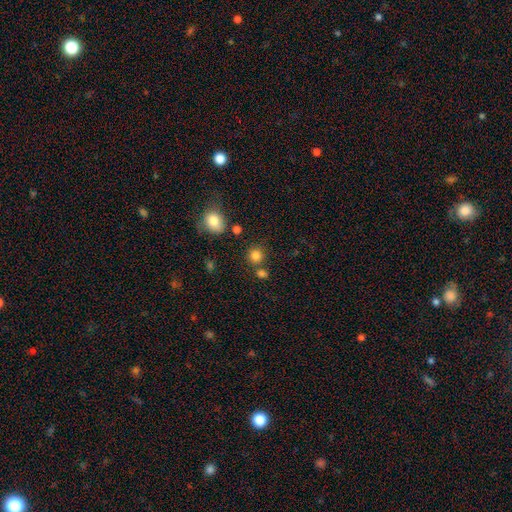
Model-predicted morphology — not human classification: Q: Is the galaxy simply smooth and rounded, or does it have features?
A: smooth — 82%.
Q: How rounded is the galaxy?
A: round — 90%.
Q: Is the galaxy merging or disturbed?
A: none — 75%.